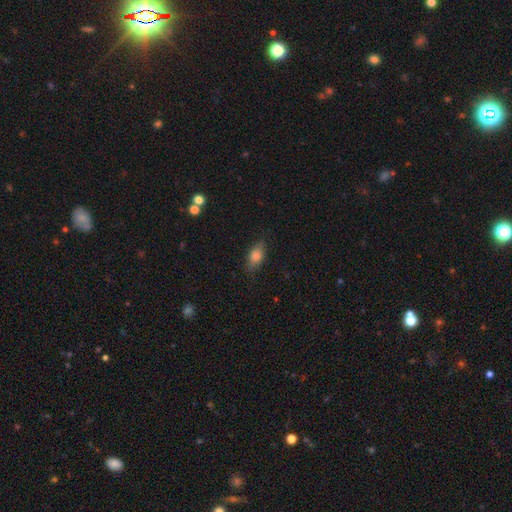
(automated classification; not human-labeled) This is likely a smooth galaxy (75%). How rounded: clearly in between (82%). Merging: clearly none (80%).